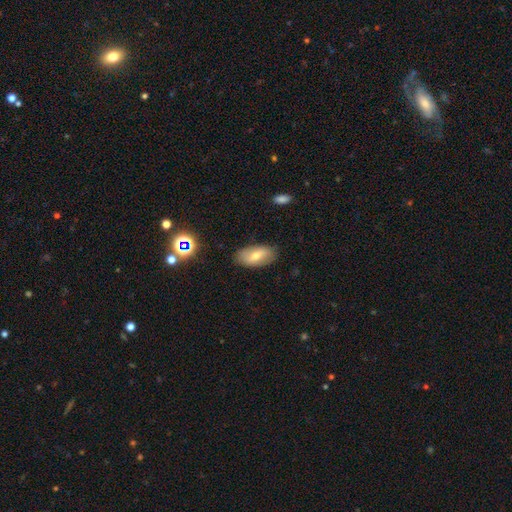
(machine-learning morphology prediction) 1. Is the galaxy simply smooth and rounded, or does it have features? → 62% smooth, 29% featured or disk, 8% star or artifact.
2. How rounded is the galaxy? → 92% in between, 4% round, 4% cigar-shaped.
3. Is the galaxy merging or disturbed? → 82% none, 14% minor disturbance, 3% major disturbance, 1% merger.